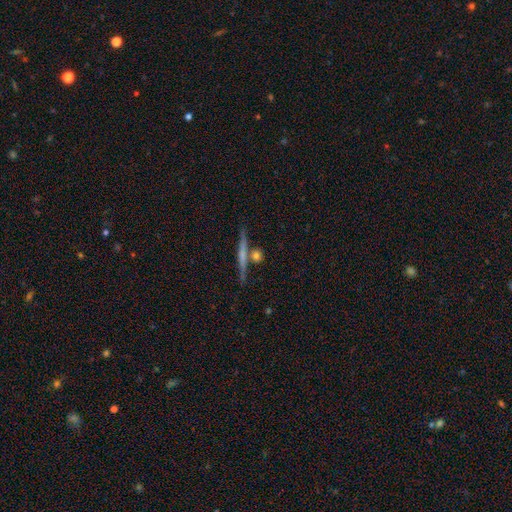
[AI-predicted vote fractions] This is possibly a smooth galaxy (57%). How rounded: possibly cigar-shaped (52%). Merging: likely none (69%).